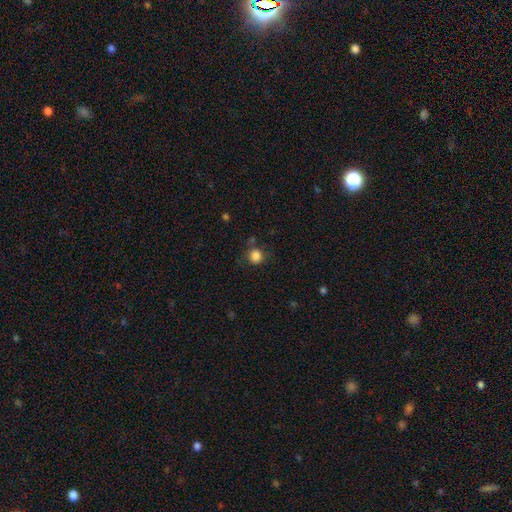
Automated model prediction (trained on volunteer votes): Smooth or featured: smooth — 85% (star or artifact — 11%)
How rounded: round — 89% (in between — 10%)
Merging: none — 77% (minor disturbance — 14%)